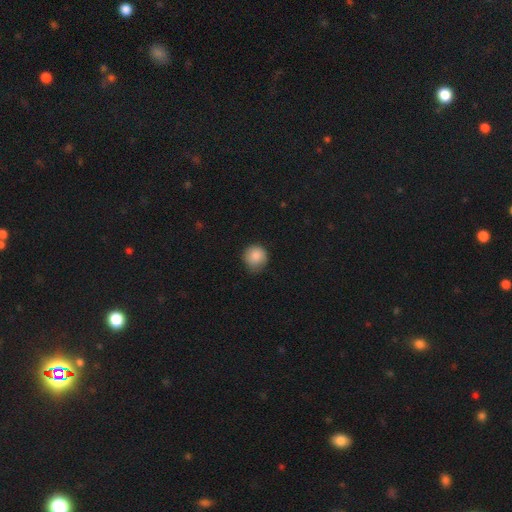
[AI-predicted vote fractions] A smooth galaxy with no disk features (85%) that is round (91%). Merging: none (70%).